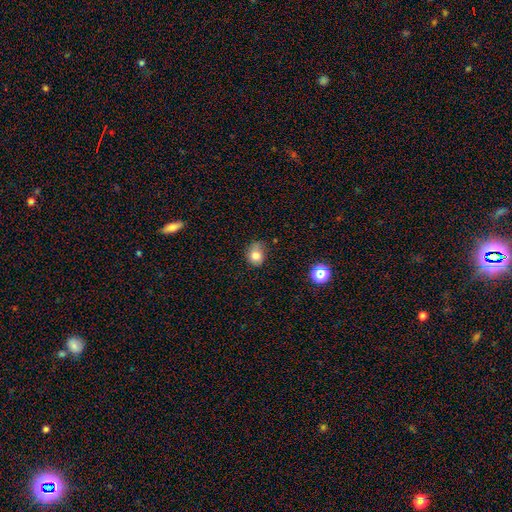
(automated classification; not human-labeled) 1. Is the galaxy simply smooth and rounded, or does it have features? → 80% smooth, 12% star or artifact, 9% featured or disk.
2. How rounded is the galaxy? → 58% round, 41% in between, 1% cigar-shaped.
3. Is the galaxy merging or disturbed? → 53% none, 35% minor disturbance, 9% major disturbance, 4% merger.